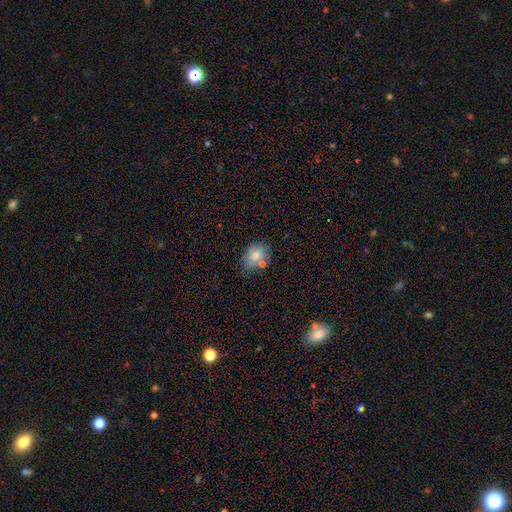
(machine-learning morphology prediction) smooth_or_featured: smooth (p=0.74) [alt: featured or disk p=0.15]
how_rounded: in between (p=0.62) [alt: round p=0.37]
merging: none (p=0.58) [alt: minor disturbance p=0.22]